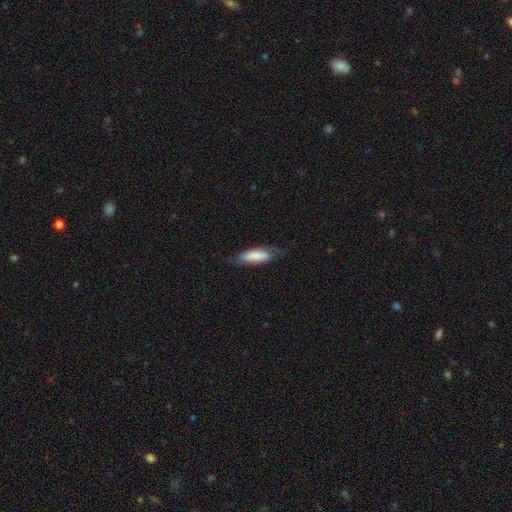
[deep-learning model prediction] Overall: smooth (65%; featured or disk 29%). How rounded: in between (64%; cigar-shaped 34%). Merging: none (59%; minor disturbance 27%).